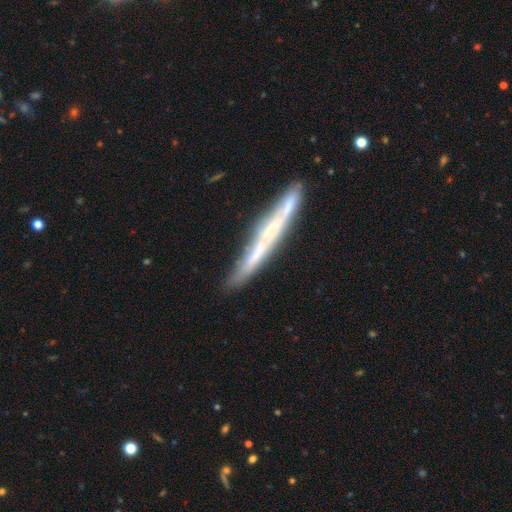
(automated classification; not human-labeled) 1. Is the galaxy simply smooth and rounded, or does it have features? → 49% featured or disk, 42% smooth, 8% star or artifact.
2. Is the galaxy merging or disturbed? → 72% none, 13% minor disturbance, 10% merger, 4% major disturbance.